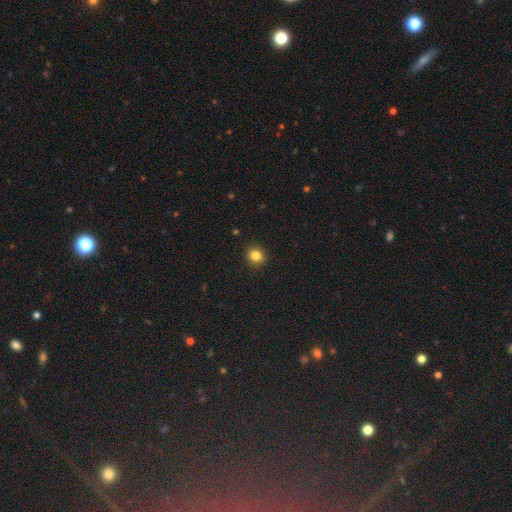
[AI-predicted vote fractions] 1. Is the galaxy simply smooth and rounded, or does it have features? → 84% smooth, 12% star or artifact, 5% featured or disk.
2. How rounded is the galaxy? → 84% round, 15% in between, 1% cigar-shaped.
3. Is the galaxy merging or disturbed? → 91% none, 6% minor disturbance, 2% major disturbance, 1% merger.